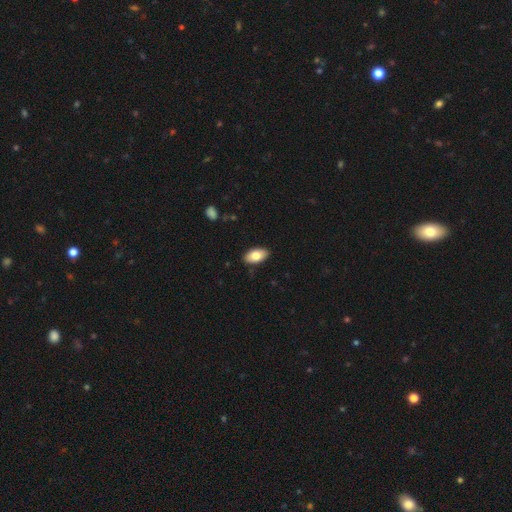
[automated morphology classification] Overall: smooth (80%). How rounded: in between (94%). Merging: none (87%).